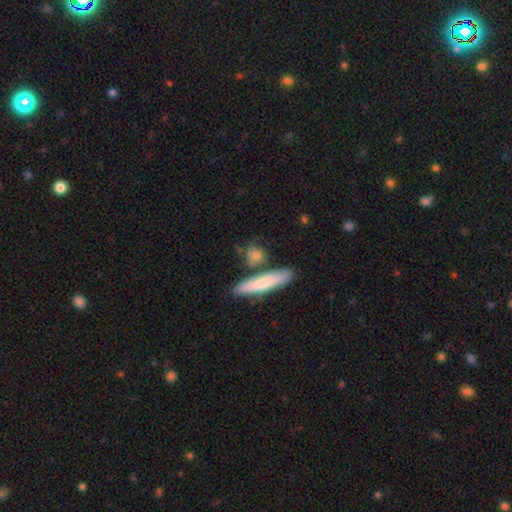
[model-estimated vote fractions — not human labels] This appears to be a smooth galaxy with no disk features (73%) that is cigar-shaped (37%, tied with round). Merging: none (69%).